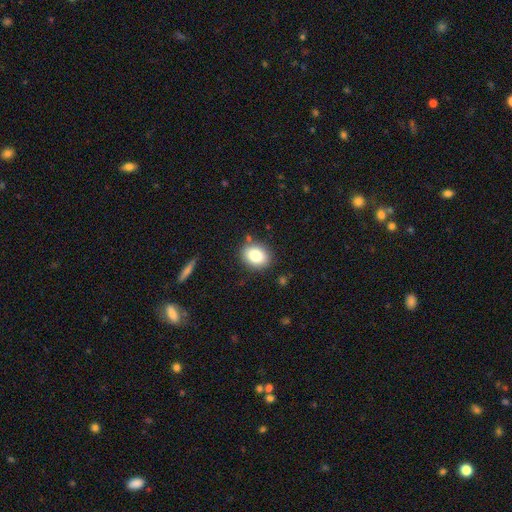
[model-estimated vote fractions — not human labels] Overall: smooth (81%). How rounded: in between (50%; round 49%). Merging: none (84%).